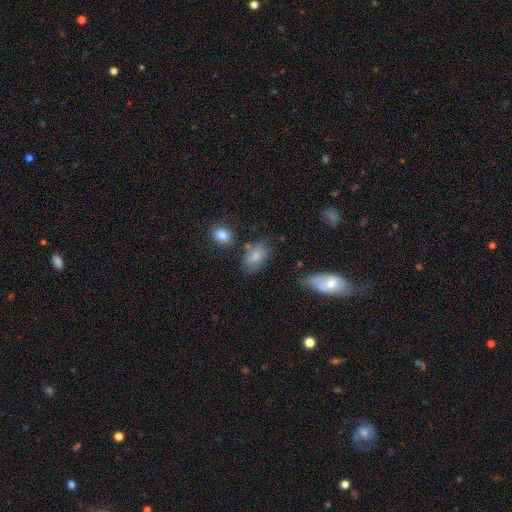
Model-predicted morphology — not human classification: A smooth galaxy with no disk features (74%) that is in between round and cigar-shaped (88%). Merging: none (58%).